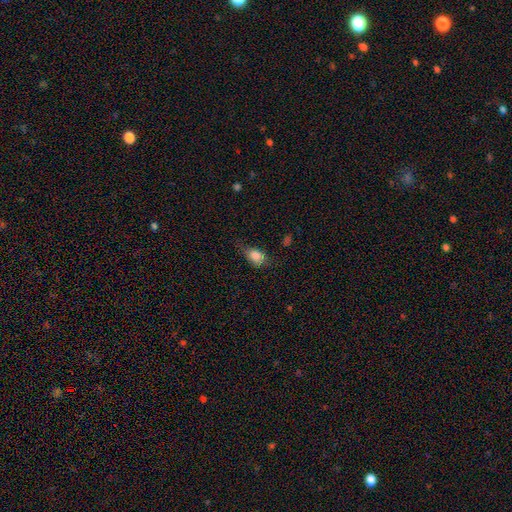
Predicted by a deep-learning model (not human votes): This appears to be a smooth galaxy with no disk features (83%) that is in between round and cigar-shaped (75%). Merging: none (47%).